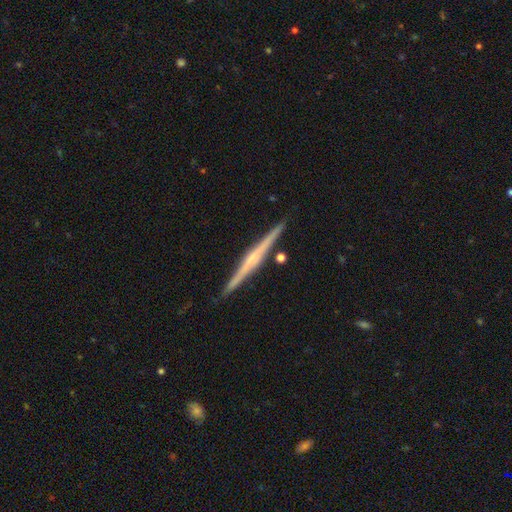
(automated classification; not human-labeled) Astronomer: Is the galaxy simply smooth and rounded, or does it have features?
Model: featured or disk — 80%.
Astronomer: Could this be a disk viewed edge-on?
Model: yes — 99%.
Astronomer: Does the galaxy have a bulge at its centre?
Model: rounded — 62%.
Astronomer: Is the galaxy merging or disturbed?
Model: none — 91%.